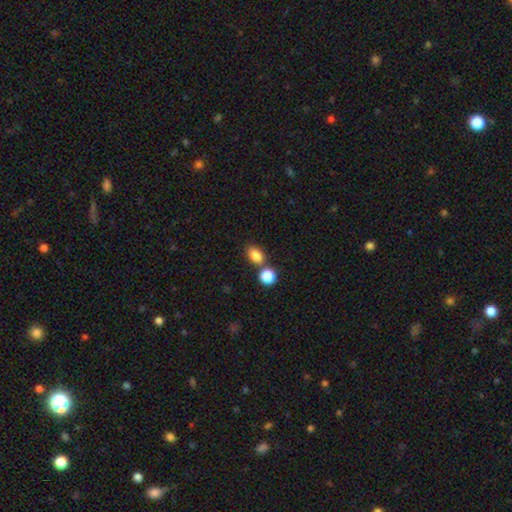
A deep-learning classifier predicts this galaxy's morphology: smooth-or-featured: smooth: 84% | star or artifact: 11% | featured or disk: 5%
  how-rounded: in between: 80% | round: 18% | cigar-shaped: 2%
  merging: none: 67% | merger: 19% | minor disturbance: 11% | major disturbance: 3%